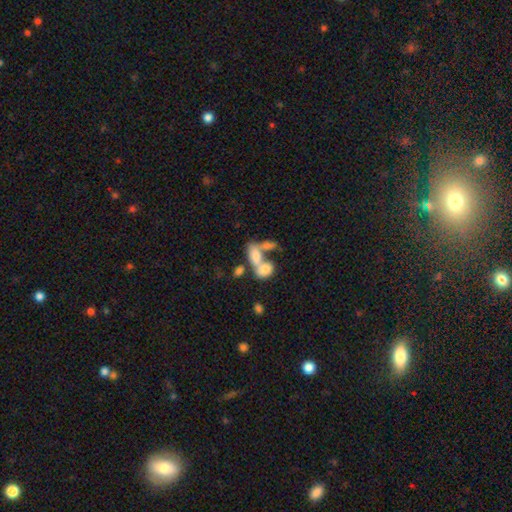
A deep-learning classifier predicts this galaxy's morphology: A smooth galaxy with no disk features (68%) that is in between round and cigar-shaped (87%).

Vote fractions:
- Smooth or featured? smooth: 68% / featured or disk: 22% / star or artifact: 10%
- How rounded? in between: 87% / round: 8% / cigar-shaped: 5%
- Merging? merger: 64% / none: 20% / minor disturbance: 8% / major disturbance: 8%